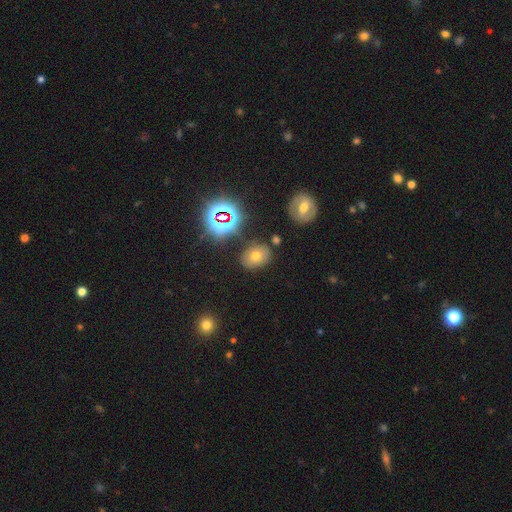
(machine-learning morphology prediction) Smooth or featured? Predicted: smooth (p=0.60). How rounded? Predicted: in between (p=0.63). Merging? Predicted: none (p=0.79).